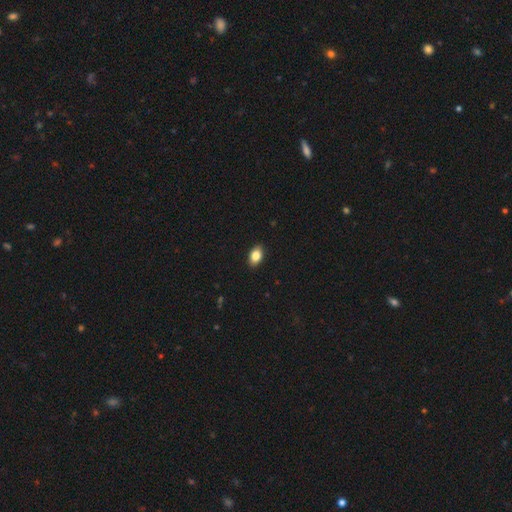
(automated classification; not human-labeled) Smooth or featured: smooth — 84% (featured or disk — 8%)
How rounded: in between — 89% (round — 9%)
Merging: none — 89% (minor disturbance — 8%)